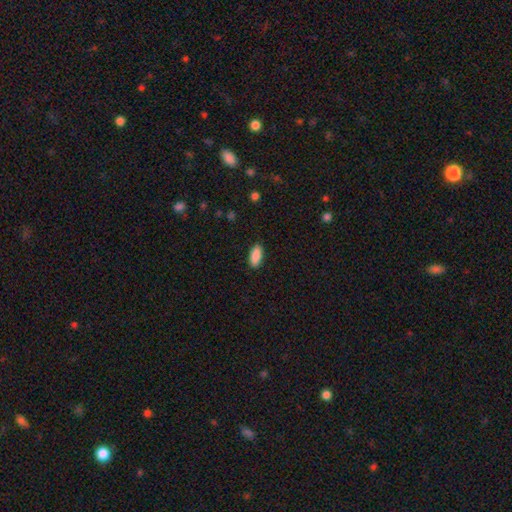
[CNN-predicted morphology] smooth 89%, star or artifact 7%, featured or disk 4%. Down the decision tree: how rounded — in between (83%); merging — none (88%).